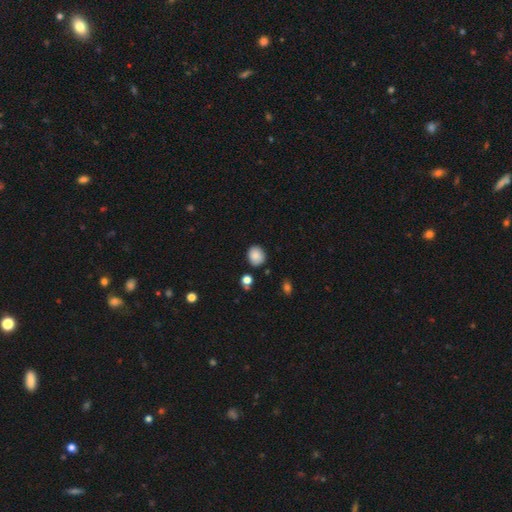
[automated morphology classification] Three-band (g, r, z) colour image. It shows a smooth galaxy with no disk features (86%) that is round (70%). Merging: none (83%).